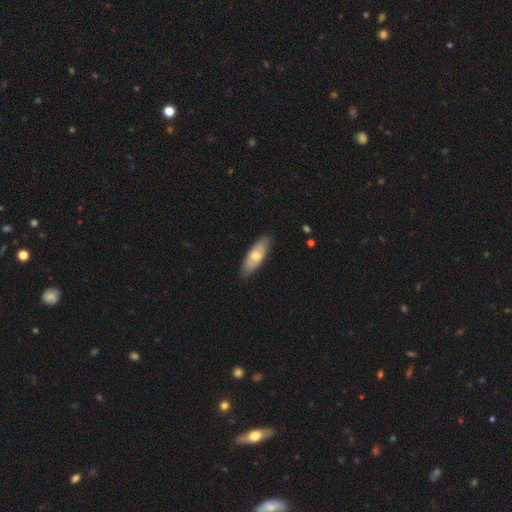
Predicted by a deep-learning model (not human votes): This is likely a smooth galaxy (62%). How rounded: likely in between (65%). Merging: clearly none (84%).